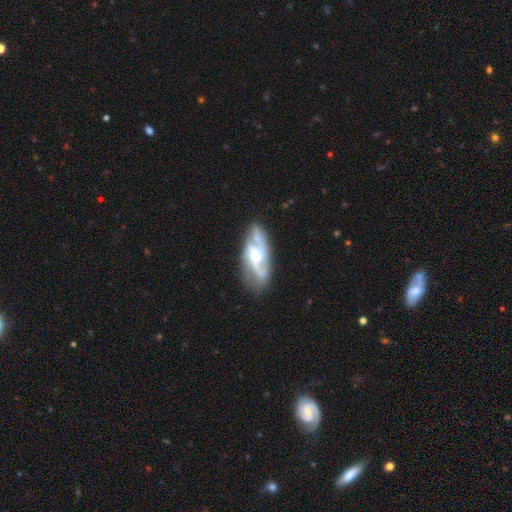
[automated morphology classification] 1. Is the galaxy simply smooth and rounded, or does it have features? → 78% featured or disk, 16% smooth, 6% star or artifact.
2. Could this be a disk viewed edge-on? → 92% no, 8% yes.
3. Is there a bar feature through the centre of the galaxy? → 49% no, 39% weak, 13% strong.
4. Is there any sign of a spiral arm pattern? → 92% yes, 8% no.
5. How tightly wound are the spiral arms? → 47% medium, 29% loose, 24% tight.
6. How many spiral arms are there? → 41% 2, 31% 3, 16% can't tell, 5% 4, 4% 1, 3% more than 4.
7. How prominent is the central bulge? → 46% moderate, 42% small, 5% large, 5% none, 1% dominant.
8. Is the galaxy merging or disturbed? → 64% none, 21% minor disturbance, 11% major disturbance, 3% merger.